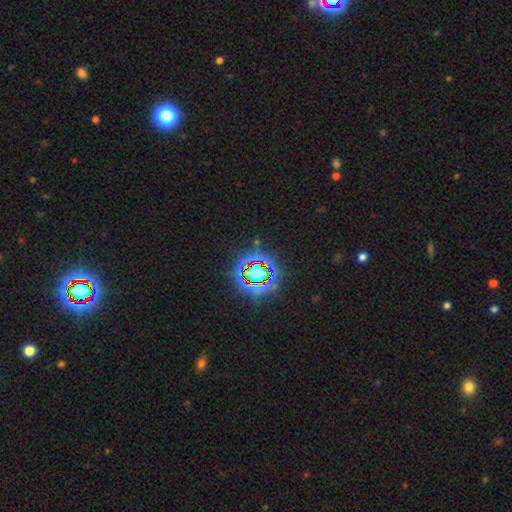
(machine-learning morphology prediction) type=star or artifact (80%).